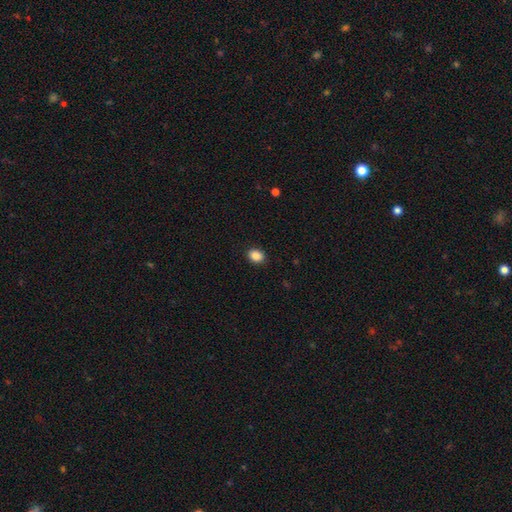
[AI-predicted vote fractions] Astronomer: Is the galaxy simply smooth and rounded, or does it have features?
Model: smooth — 88%.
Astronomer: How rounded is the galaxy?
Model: in between — 52% (runner-up: round, 47%).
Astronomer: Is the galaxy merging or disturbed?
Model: none — 90%.